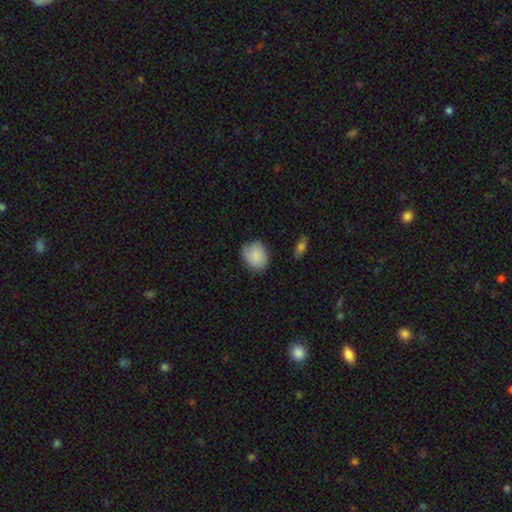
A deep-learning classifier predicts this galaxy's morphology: This is clearly a smooth galaxy (88%). How rounded: possibly round (56%). Merging: likely none (79%).